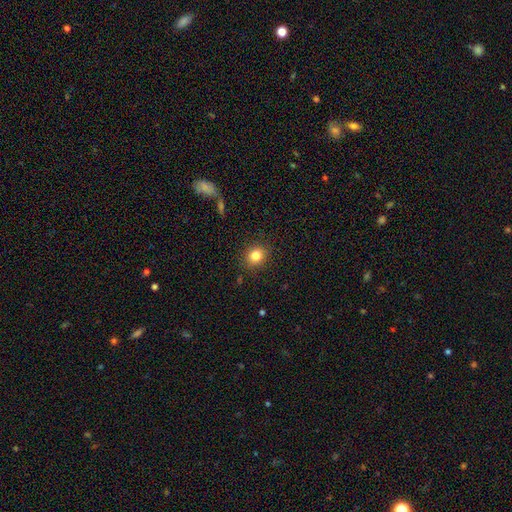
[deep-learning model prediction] A smooth galaxy with no disk features (83%) that is round (70%). Merging: none (89%).